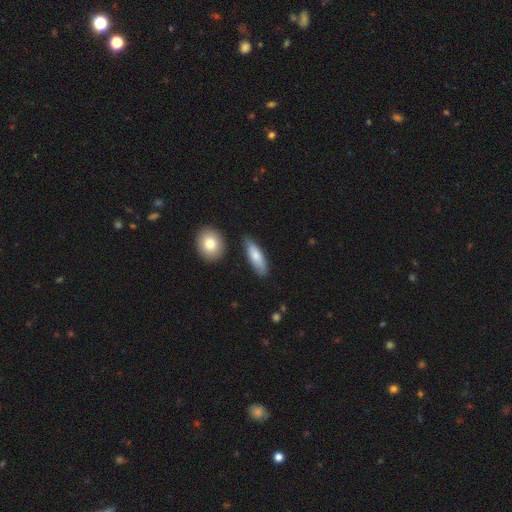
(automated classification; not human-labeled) The model was most divided on "how rounded": in between: 50%, cigar-shaped: 47%, round: 3%. More confident: merging — none (79%); smooth or featured — smooth (73%).